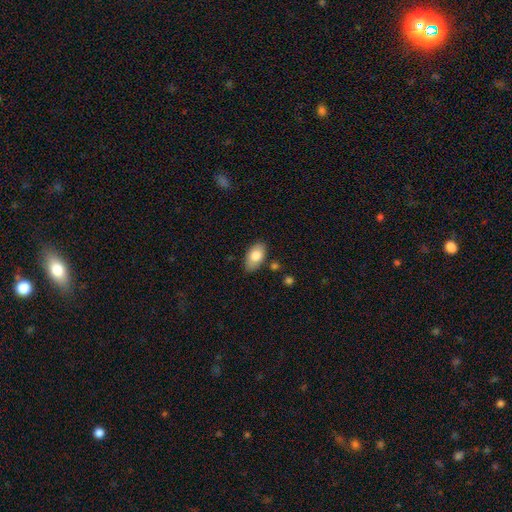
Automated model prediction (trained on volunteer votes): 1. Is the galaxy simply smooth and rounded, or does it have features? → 81% smooth, 13% featured or disk, 7% star or artifact.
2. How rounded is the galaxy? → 93% in between, 5% round, 2% cigar-shaped.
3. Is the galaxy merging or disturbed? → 81% none, 13% minor disturbance, 3% merger, 3% major disturbance.